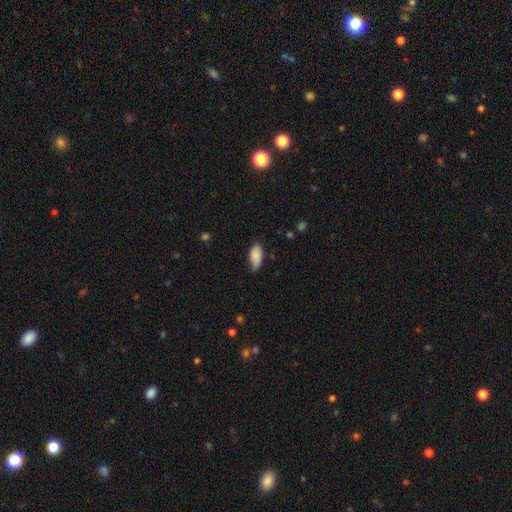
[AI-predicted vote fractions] The model was most divided on "merging": none: 60%, minor disturbance: 33%, major disturbance: 6%, merger: 2%. More confident: how rounded — in between (91%); smooth or featured — smooth (85%).